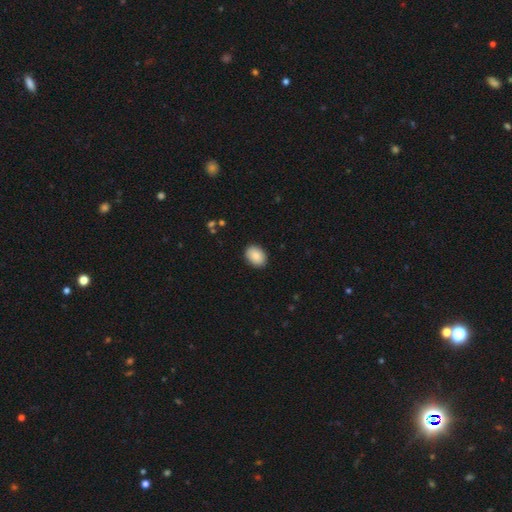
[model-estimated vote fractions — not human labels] smooth 88%, star or artifact 7%, featured or disk 5%. Down the decision tree: how rounded — in between (76%); merging — none (90%).